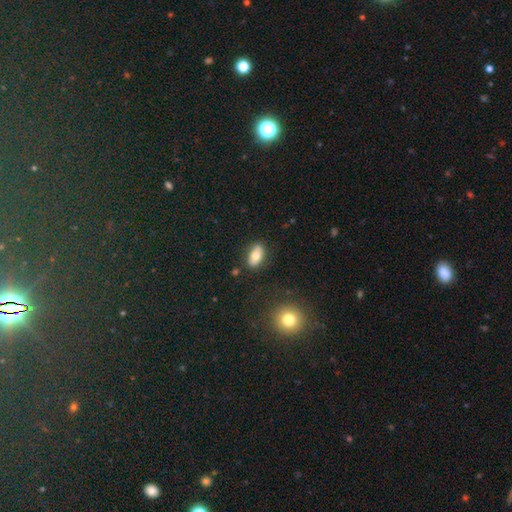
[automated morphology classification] Smooth or featured? Predicted: smooth (p=0.70). How rounded? Predicted: in between (p=0.88). Merging? Predicted: none (p=0.82).